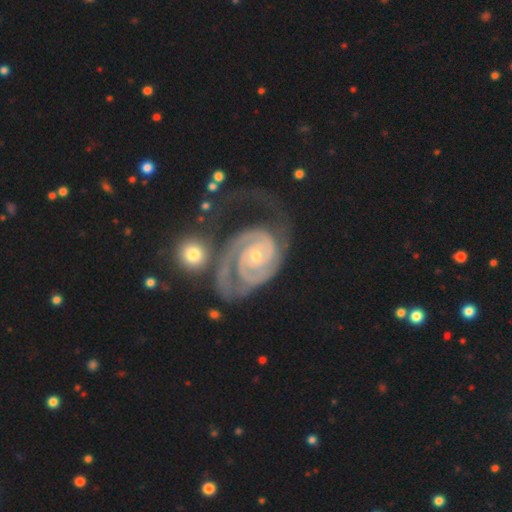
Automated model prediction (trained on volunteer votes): Smooth or featured: featured or disk — 93% (smooth — 4%)
Edge-on disk: no — 98% (yes — 2%)
Bar: no — 67% (weak — 25%)
Spiral arms: yes — 98% (no — 2%)
Spiral winding: tight — 73% (medium — 22%)
Spiral arm count: 2 — 67% (3 — 10%)
Bulge size: small — 63% (moderate — 33%)
Merging: none — 37% (major disturbance — 32%)